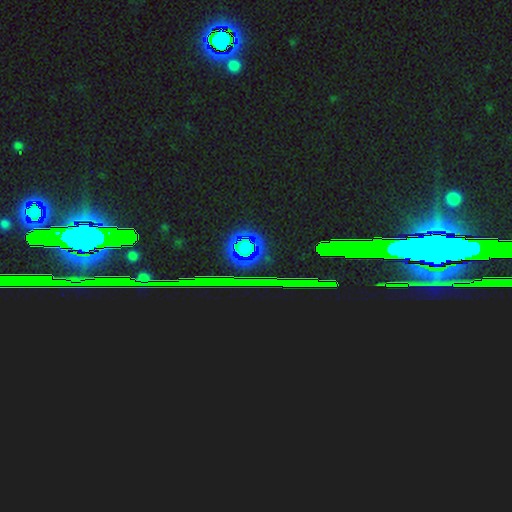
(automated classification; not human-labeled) This is clearly a star or artifact rather than a galaxy (82%).